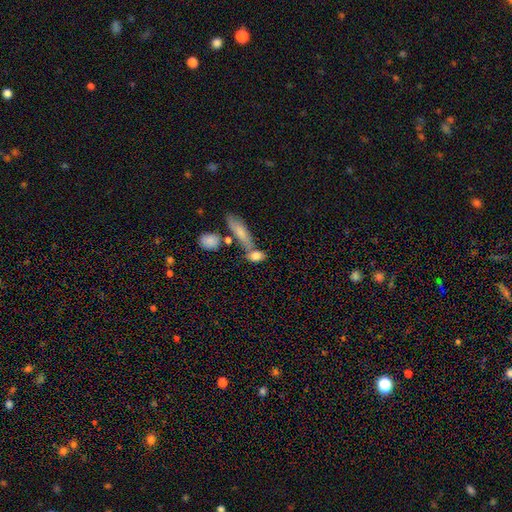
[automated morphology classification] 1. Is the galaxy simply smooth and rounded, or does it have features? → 78% smooth, 14% featured or disk, 8% star or artifact.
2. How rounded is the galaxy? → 60% in between, 21% cigar-shaped, 19% round.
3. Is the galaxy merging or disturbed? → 53% none, 27% merger, 14% minor disturbance, 6% major disturbance.